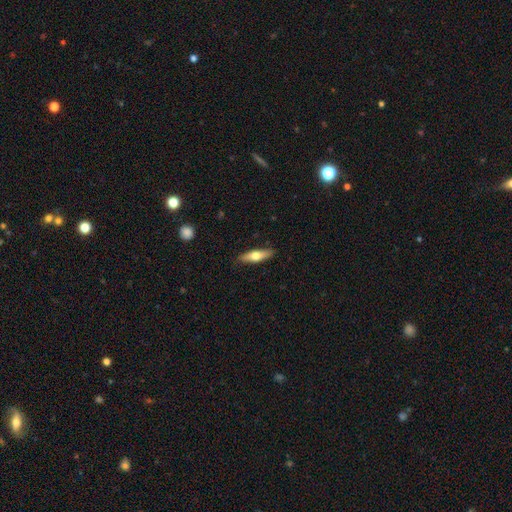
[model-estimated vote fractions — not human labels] smooth_or_featured: smooth (p=0.58) [alt: featured or disk p=0.37]
how_rounded: cigar-shaped (p=0.62) [alt: in between p=0.36]
merging: none (p=0.87) [alt: minor disturbance p=0.10]